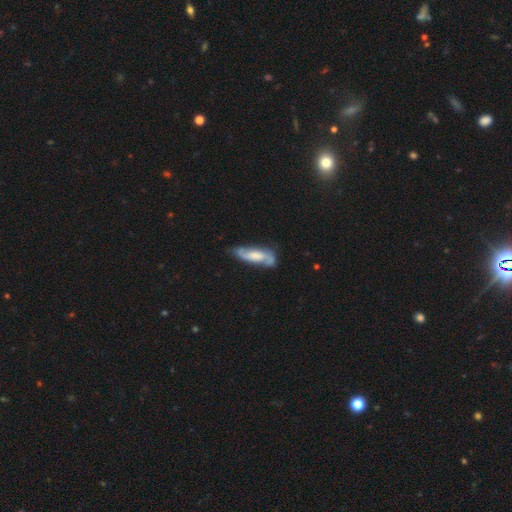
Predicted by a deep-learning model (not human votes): The model was most divided on "bulge size": moderate: 34%, large: 27%, none: 19%, small: 18%, dominant: 3%. Remaining: spiral arms — yes (89%); edge-on disk — no (82%); merging — none (66%); smooth or featured — featured or disk (63%); bar — no (48%).